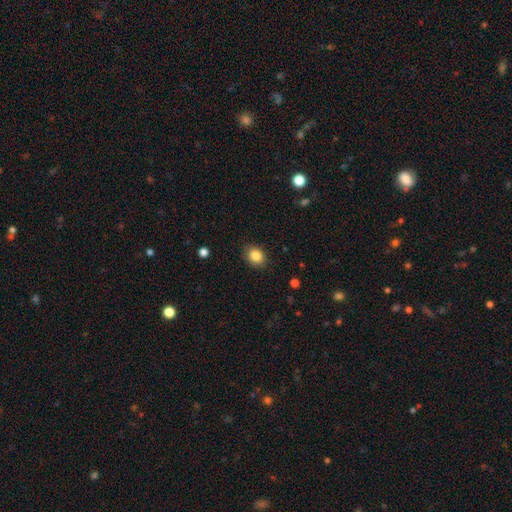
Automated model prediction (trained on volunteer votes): Q: Smooth or featured?
A: smooth (85%); runner-up: star or artifact (9%)
Q: How rounded?
A: round (50%); runner-up: in between (49%)
Q: Merging?
A: none (86%); runner-up: minor disturbance (10%)